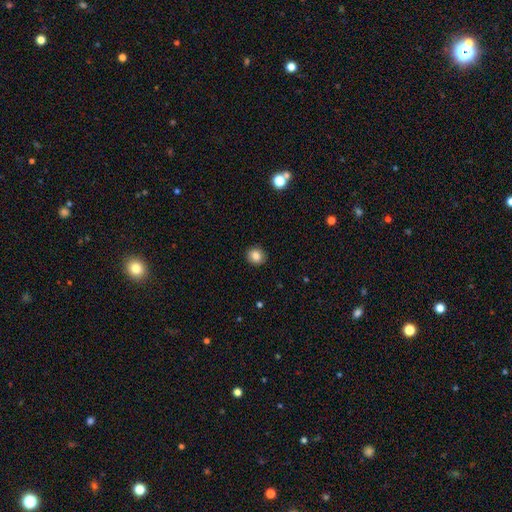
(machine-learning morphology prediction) Overall: smooth (85%). How rounded: round (82%). Merging: none (91%).